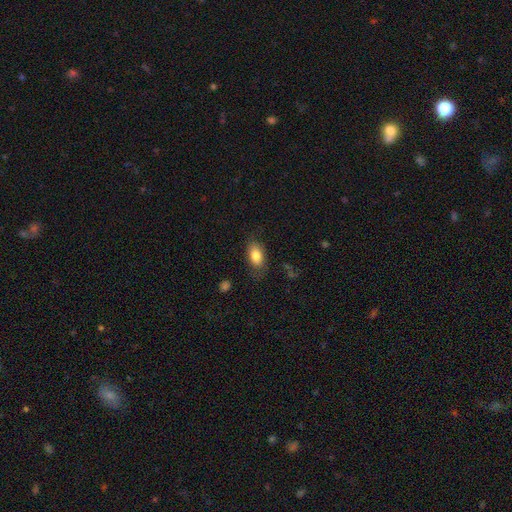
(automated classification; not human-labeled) smooth_or_featured: smooth (p=0.81) [alt: featured or disk p=0.11]
how_rounded: in between (p=0.90) [alt: round p=0.06]
merging: none (p=0.74) [alt: minor disturbance p=0.18]